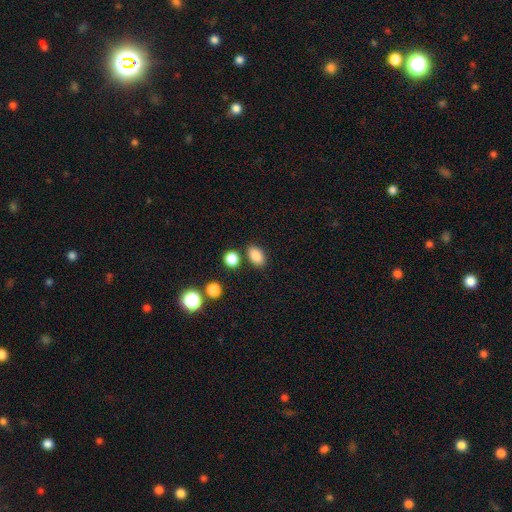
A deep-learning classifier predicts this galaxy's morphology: Smooth or featured? smooth (86%)
How rounded? in between (84%)
Merging? none (80%)